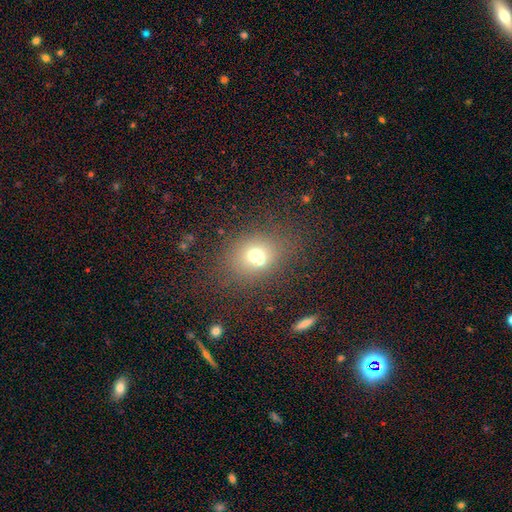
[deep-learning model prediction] Q: Smooth or featured?
A: smooth (62%); runner-up: featured or disk (21%)
Q: How rounded?
A: round (63%); runner-up: in between (36%)
Q: Merging?
A: merger (43%); runner-up: none (42%)